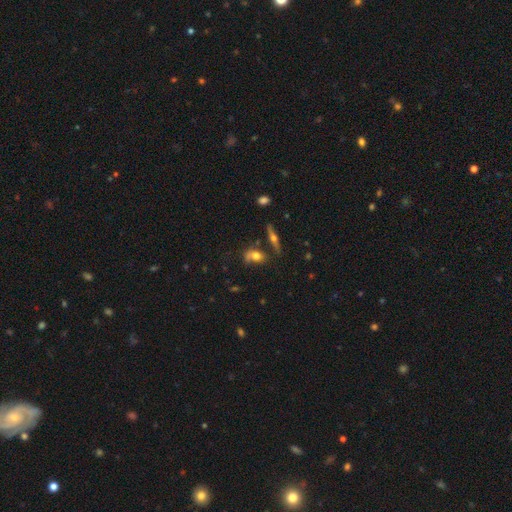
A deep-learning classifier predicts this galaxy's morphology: smooth_or_featured: smooth (p=0.59) [alt: featured or disk p=0.30]
how_rounded: in between (p=0.67) [alt: round p=0.25]
merging: none (p=0.46) [alt: minor disturbance p=0.21]